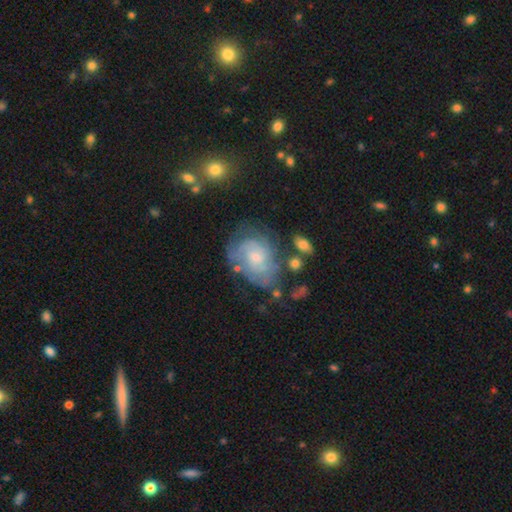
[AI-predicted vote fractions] This is likely a featured or disk galaxy (71%). It is clearly not viewed edge-on (97%). Bar: likely no (72%). Spiral arm pattern: clearly yes (82%). Spiral arm count: possibly can't tell (55%). Spiral winding: likely tight (61%). Central bulge: possibly small (59%). Merging: possibly none (55%).